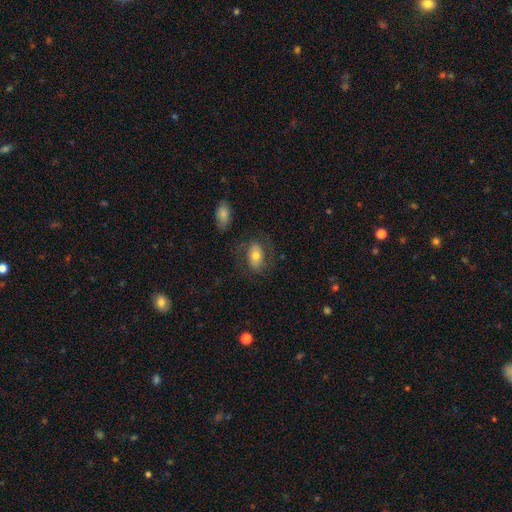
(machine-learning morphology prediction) smooth-or-featured: smooth: 66% | featured or disk: 27% | star or artifact: 7%
  how-rounded: in between: 88% | round: 10% | cigar-shaped: 2%
  merging: none: 69% | minor disturbance: 16% | major disturbance: 12% | merger: 4%